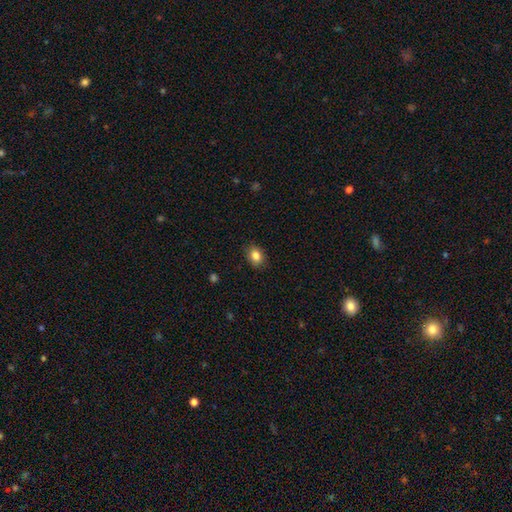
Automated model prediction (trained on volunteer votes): Smooth or featured: smooth — 84% (star or artifact — 9%)
How rounded: in between — 61% (round — 38%)
Merging: none — 86% (minor disturbance — 11%)